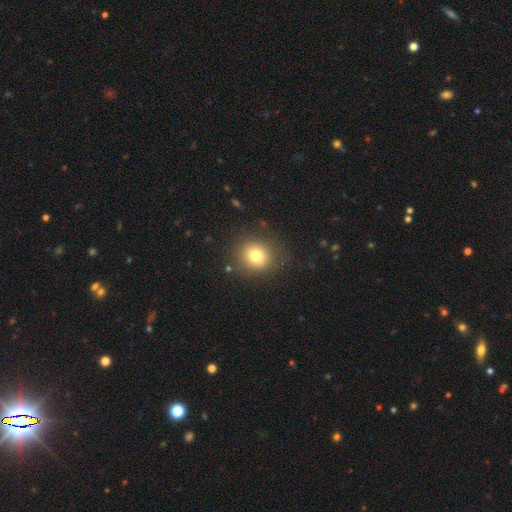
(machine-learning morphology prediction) This appears to be a smooth galaxy with no disk features (77%) that is round (85%). Merging: none (84%).